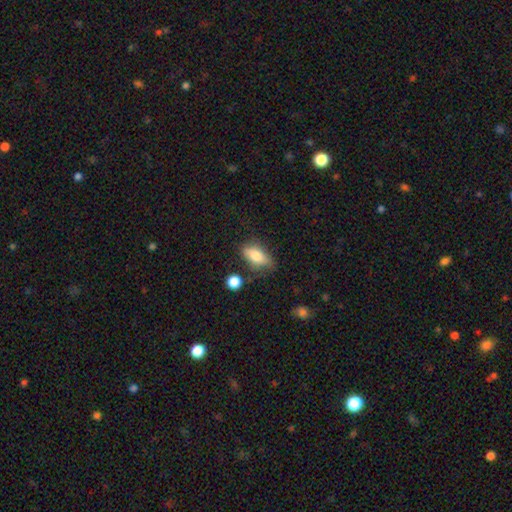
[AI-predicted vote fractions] A smooth galaxy with no disk features (77%) that is in between round and cigar-shaped (83%).

Vote fractions:
- Smooth or featured? smooth: 77% / featured or disk: 15% / star or artifact: 8%
- How rounded? in between: 83% / cigar-shaped: 11% / round: 6%
- Merging? none: 63% / minor disturbance: 24% / major disturbance: 7% / merger: 5%